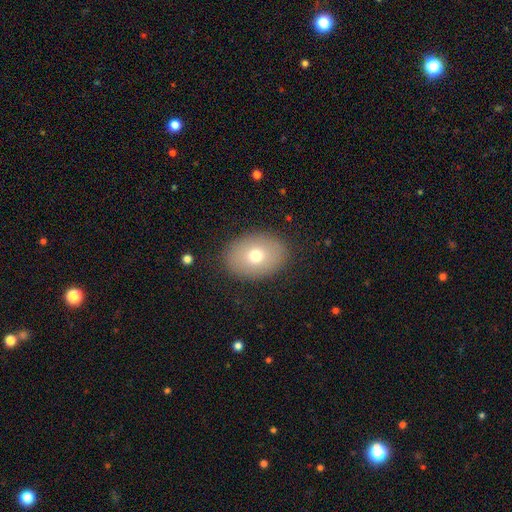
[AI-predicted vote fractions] Smooth or featured? smooth (71%)
How rounded? in between (71%)
Merging? none (87%)